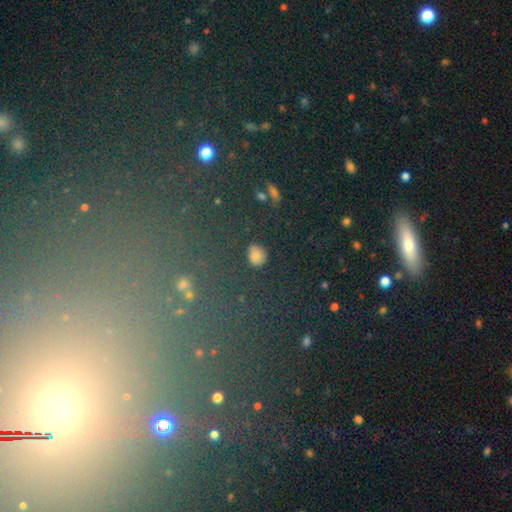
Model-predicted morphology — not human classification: This is possibly a smooth galaxy (46%). Merging: clearly none (86%).